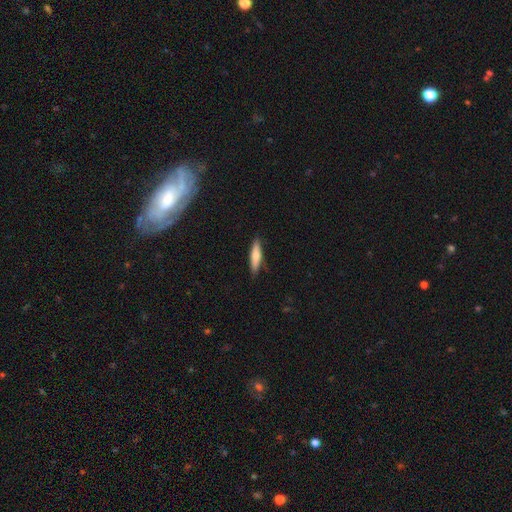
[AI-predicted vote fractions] Smooth or featured?
  - smooth: 73% *
  - featured or disk: 21%
  - star or artifact: 6%
How rounded?
  - cigar-shaped: 77% *
  - in between: 21%
  - round: 2%
Merging?
  - none: 84% *
  - minor disturbance: 13%
  - major disturbance: 2%
  - merger: 1%